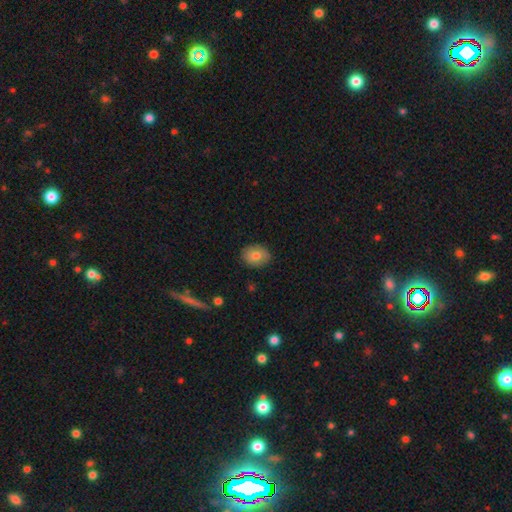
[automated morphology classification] Smooth or featured?
  - smooth: 78% *
  - featured or disk: 14%
  - star or artifact: 8%
How rounded?
  - round: 53% *
  - in between: 46%
  - cigar-shaped: 1%
Merging?
  - none: 86% *
  - minor disturbance: 11%
  - major disturbance: 2%
  - merger: 1%